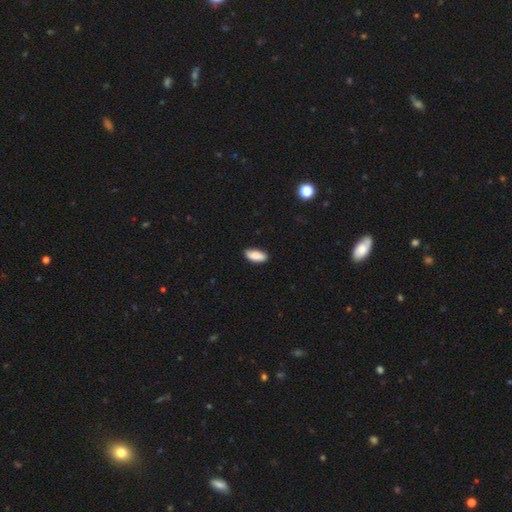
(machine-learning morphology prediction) type=smooth (89%); roundness=in between (87%); merging=none (85%).